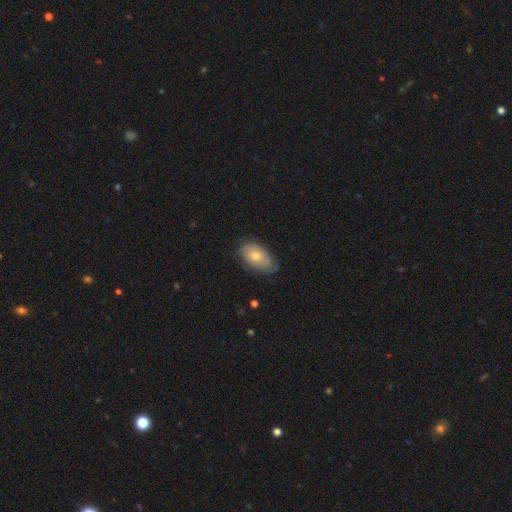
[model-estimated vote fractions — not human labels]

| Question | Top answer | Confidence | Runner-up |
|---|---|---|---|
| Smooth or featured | smooth | 53% | featured or disk (39%) |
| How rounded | in between | 91% | round (6%) |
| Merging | none | 72% | minor disturbance (22%) |